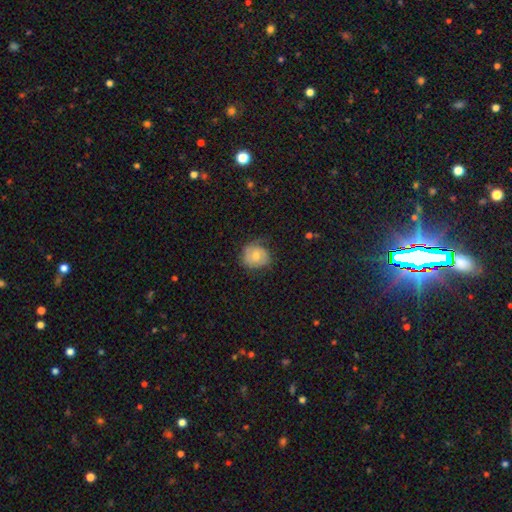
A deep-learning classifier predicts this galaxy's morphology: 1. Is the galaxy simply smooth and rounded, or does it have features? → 54% smooth, 38% featured or disk, 8% star or artifact.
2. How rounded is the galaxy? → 76% round, 23% in between, 1% cigar-shaped.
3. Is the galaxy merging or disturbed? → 62% none, 27% minor disturbance, 10% major disturbance, 1% merger.